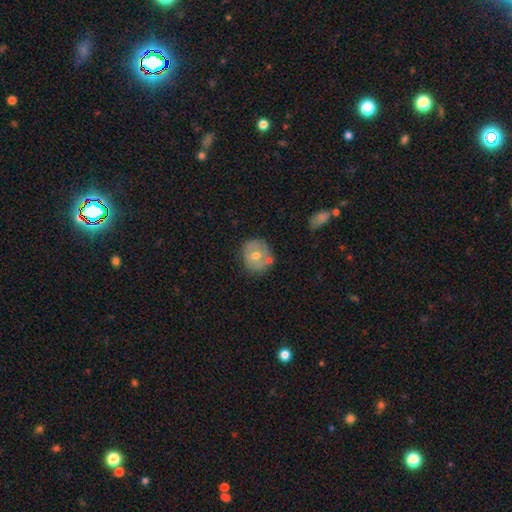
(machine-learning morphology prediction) This is possibly a smooth galaxy (52%). How rounded: likely round (76%). Merging: likely none (65%).